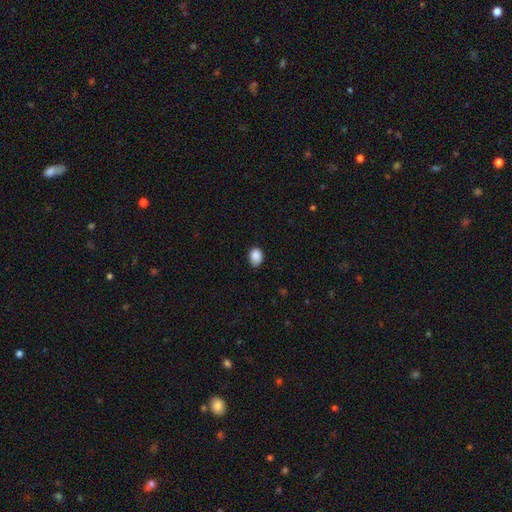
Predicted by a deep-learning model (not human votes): Smooth or featured: smooth — 88% (star or artifact — 8%)
How rounded: in between — 64% (round — 35%)
Merging: none — 79% (minor disturbance — 17%)